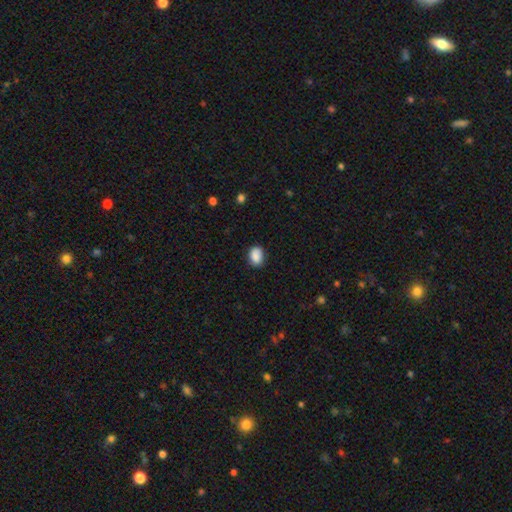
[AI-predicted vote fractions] smooth 86%, star or artifact 8%, featured or disk 6%. Down the decision tree: how rounded — in between (68%); merging — none (80%).